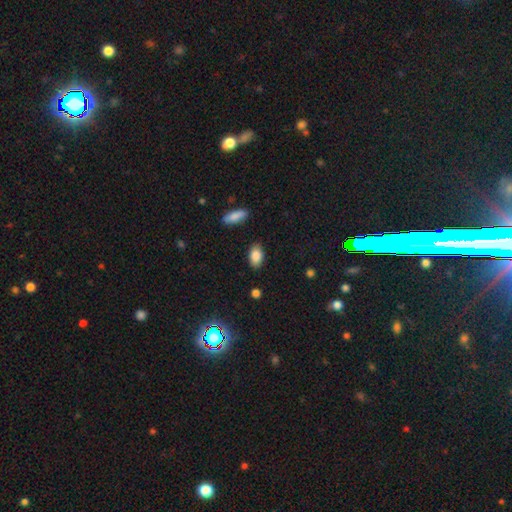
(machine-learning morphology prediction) This is clearly a smooth galaxy (86%). How rounded: clearly in between (91%). Merging: clearly none (85%).